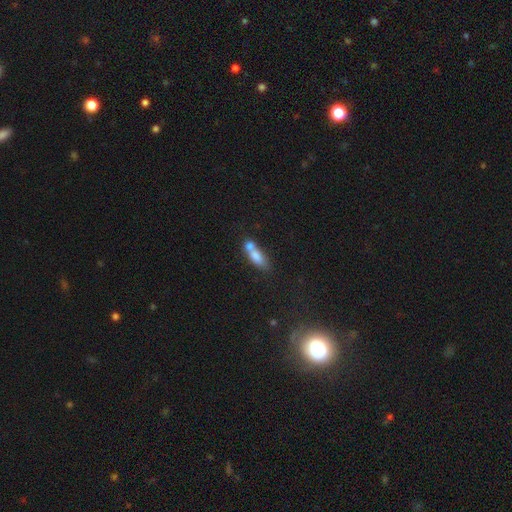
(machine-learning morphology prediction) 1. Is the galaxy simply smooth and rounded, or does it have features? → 73% smooth, 18% featured or disk, 9% star or artifact.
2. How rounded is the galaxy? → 67% in between, 27% cigar-shaped, 6% round.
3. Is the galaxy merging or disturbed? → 54% merger, 27% none, 12% minor disturbance, 6% major disturbance.